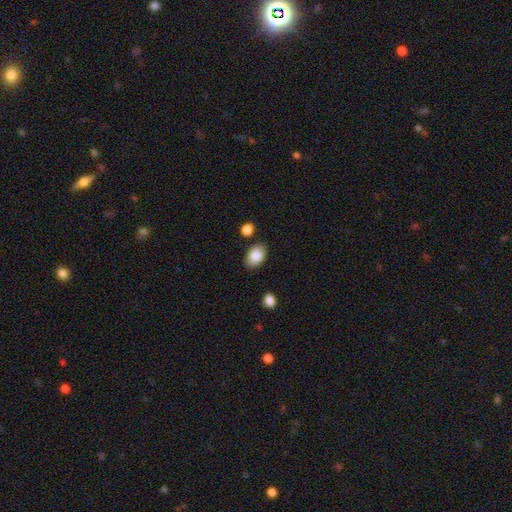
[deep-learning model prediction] Q: Smooth or featured?
A: smooth (86%); runner-up: featured or disk (7%)
Q: How rounded?
A: in between (86%); runner-up: round (13%)
Q: Merging?
A: none (83%); runner-up: minor disturbance (11%)